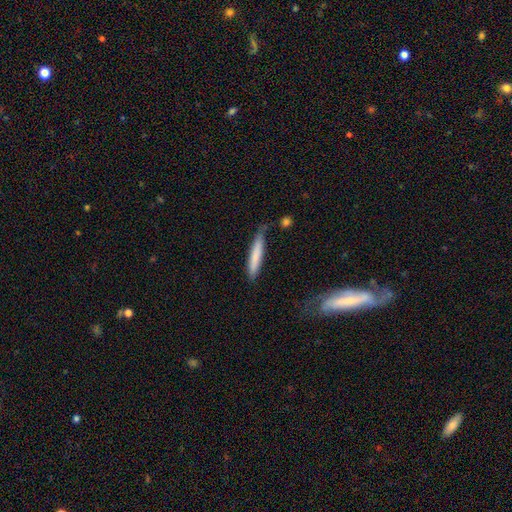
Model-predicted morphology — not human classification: A smooth galaxy with no disk features (75%) that is cigar-shaped (92%).

Vote fractions:
- Smooth or featured? smooth: 75% / featured or disk: 19% / star or artifact: 6%
- How rounded? cigar-shaped: 92% / in between: 7% / round: 1%
- Merging? none: 66% / minor disturbance: 23% / major disturbance: 6% / merger: 5%